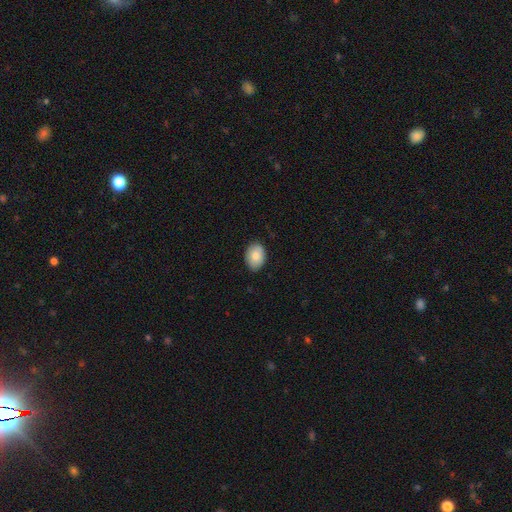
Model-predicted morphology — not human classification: This is clearly a smooth galaxy (83%). How rounded: clearly in between (81%). Merging: clearly none (85%).